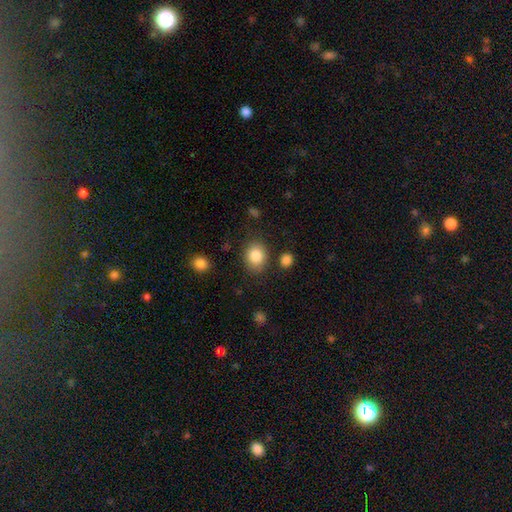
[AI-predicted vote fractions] smooth_or_featured: smooth (p=0.86) [alt: star or artifact p=0.08]
how_rounded: in between (p=0.50) [tied with: round p=0.50]
merging: none (p=0.81) [alt: minor disturbance p=0.12]